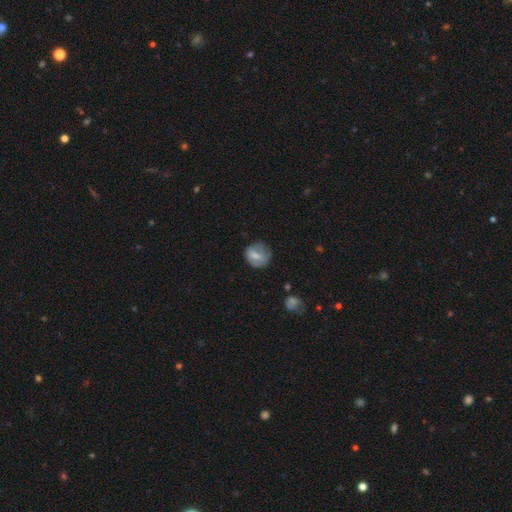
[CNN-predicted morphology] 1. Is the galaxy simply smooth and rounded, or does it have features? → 61% smooth, 31% featured or disk, 8% star or artifact.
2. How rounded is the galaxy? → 76% round, 23% in between, 1% cigar-shaped.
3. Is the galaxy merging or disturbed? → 61% none, 26% minor disturbance, 12% major disturbance, 2% merger.